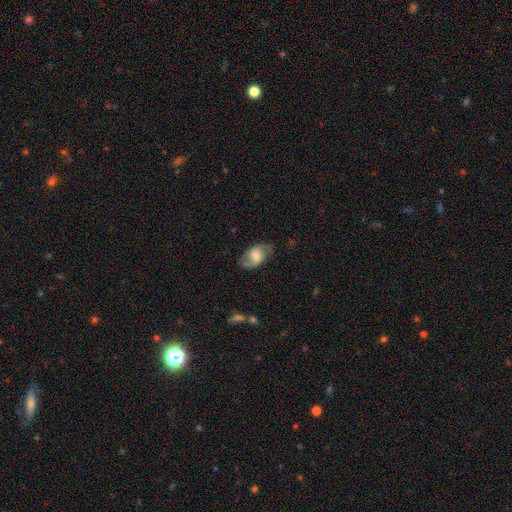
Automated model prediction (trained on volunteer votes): This is possibly a smooth galaxy (51%). How rounded: clearly in between (87%). Merging: likely none (66%).